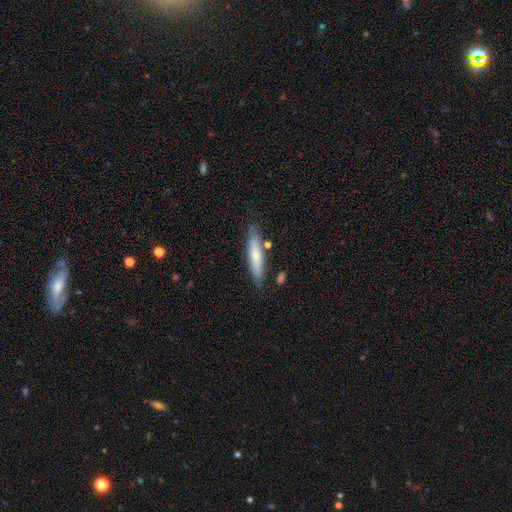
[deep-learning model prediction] smooth 67%, featured or disk 27%, star or artifact 6%. Down the decision tree: how rounded — cigar-shaped (82%); merging — none (80%).